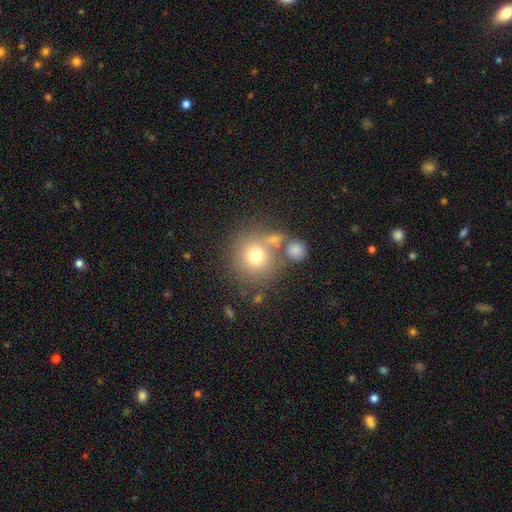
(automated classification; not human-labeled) Q: Smooth or featured?
A: smooth (73%); runner-up: featured or disk (15%)
Q: How rounded?
A: round (90%); runner-up: in between (9%)
Q: Merging?
A: none (64%); runner-up: merger (17%)